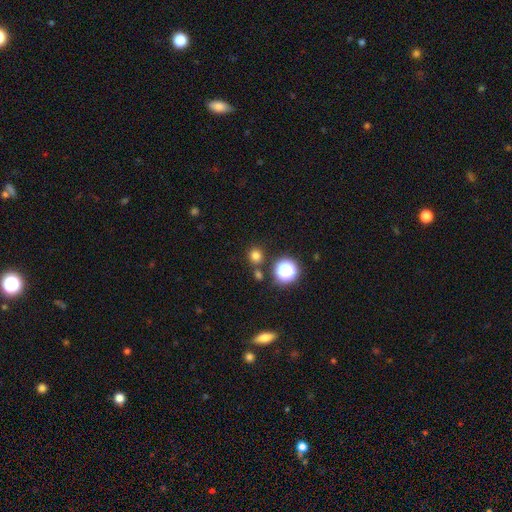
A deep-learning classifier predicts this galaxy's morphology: A smooth galaxy with no disk features (73%) that is round (89%). Merging: none (81%).